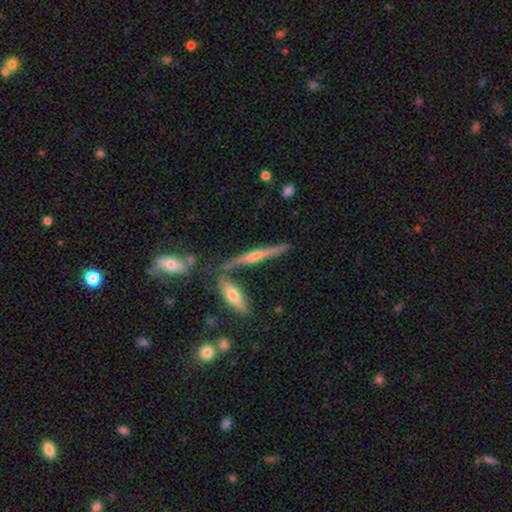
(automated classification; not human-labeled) featured or disk 77%, smooth 16%, star or artifact 7%. Down the decision tree: edge-on disk — yes (96%); edge-on bulge — rounded (89%); merging — none (72%).